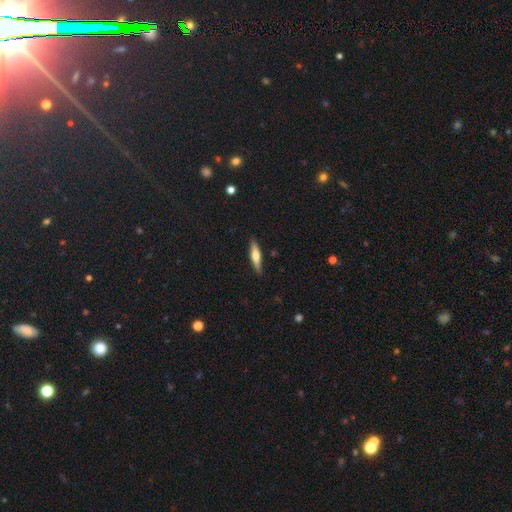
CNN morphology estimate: Smooth or featured? smooth (54%)
How rounded? cigar-shaped (81%)
Merging? none (87%)